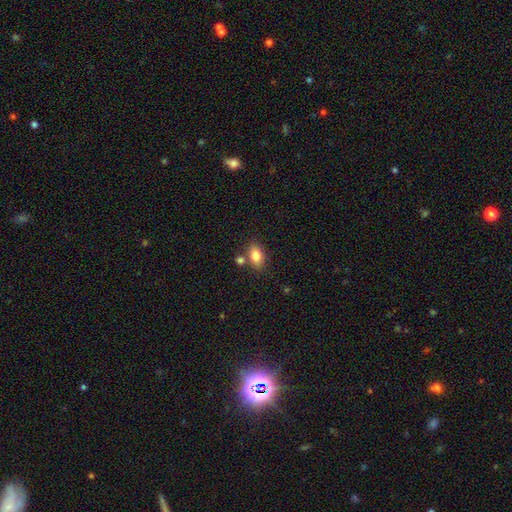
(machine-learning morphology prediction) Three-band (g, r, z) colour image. It shows a smooth galaxy with no disk features (82%) that is in between round and cigar-shaped (84%). Merging: none (70%).